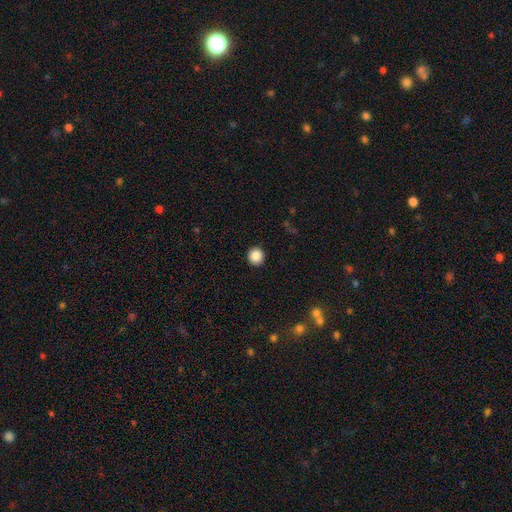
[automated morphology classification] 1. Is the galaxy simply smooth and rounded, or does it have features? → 88% smooth, 10% star or artifact, 3% featured or disk.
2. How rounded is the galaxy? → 92% round, 7% in between, 1% cigar-shaped.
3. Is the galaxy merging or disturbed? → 92% none, 5% minor disturbance, 2% major disturbance, 1% merger.